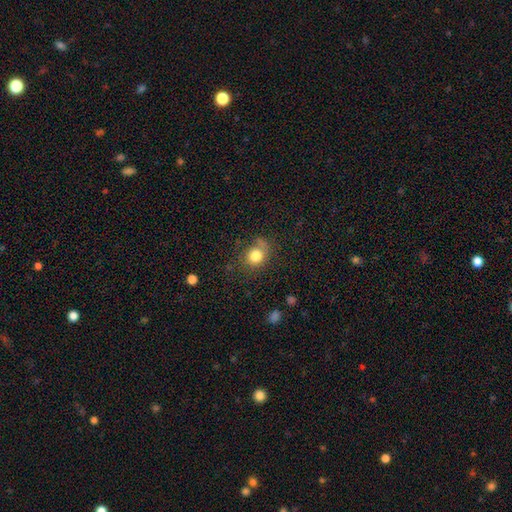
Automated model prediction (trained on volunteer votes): smooth-or-featured: smooth: 81% | star or artifact: 11% | featured or disk: 9%
  how-rounded: round: 69% | in between: 30% | cigar-shaped: 1%
  merging: none: 65% | minor disturbance: 22% | major disturbance: 9% | merger: 4%